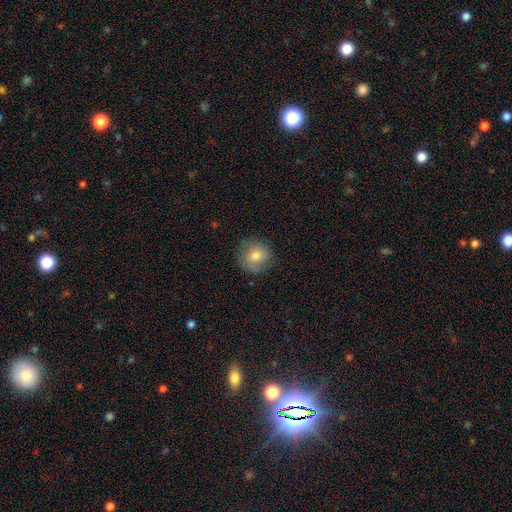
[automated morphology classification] Smooth or featured: smooth — 71% (featured or disk — 20%)
How rounded: round — 89% (in between — 10%)
Merging: none — 79% (minor disturbance — 15%)